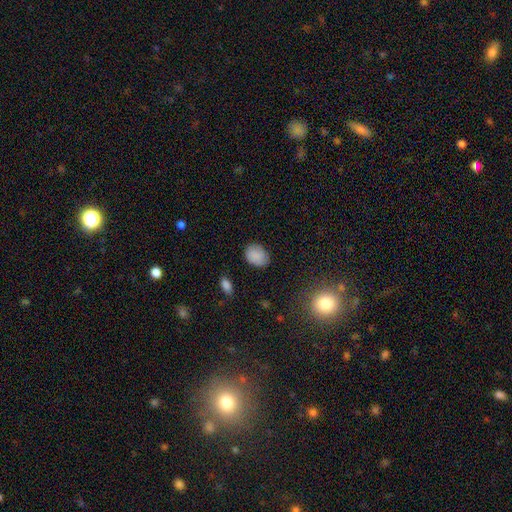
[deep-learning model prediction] smooth-or-featured: smooth: 87% | star or artifact: 8% | featured or disk: 5%
  how-rounded: in between: 64% | round: 35% | cigar-shaped: 1%
  merging: none: 82% | minor disturbance: 13% | major disturbance: 3% | merger: 1%